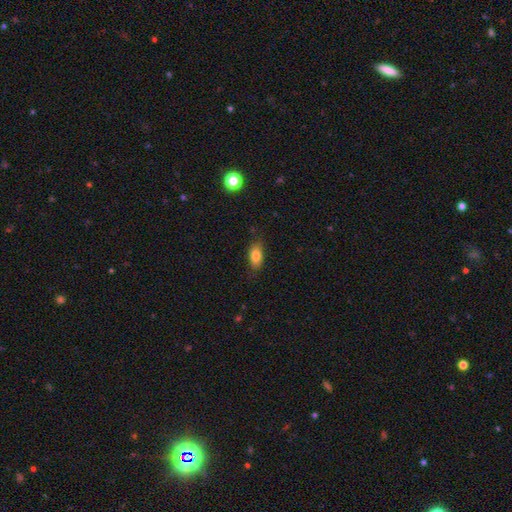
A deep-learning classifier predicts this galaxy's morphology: Smooth or featured: smooth — 81% (featured or disk — 11%)
How rounded: in between — 88% (cigar-shaped — 6%)
Merging: none — 80% (minor disturbance — 16%)